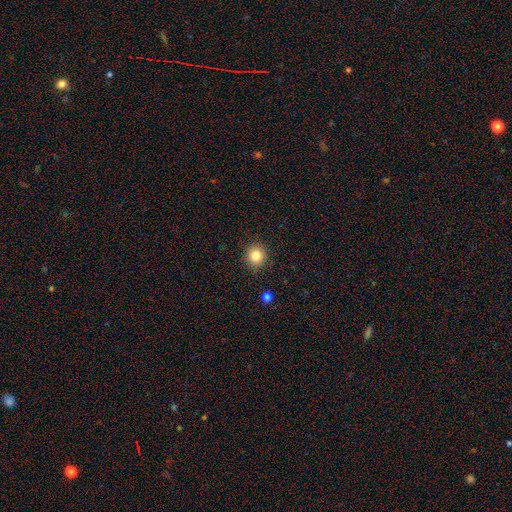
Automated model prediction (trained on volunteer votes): A smooth galaxy with no disk features (84%) that is round (91%). Merging: none (90%).